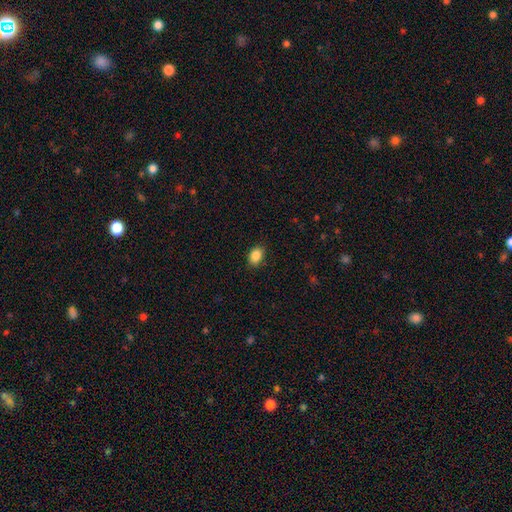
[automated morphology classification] This appears to be a smooth galaxy with no disk features (88%) that is in between round and cigar-shaped (79%). Merging: none (86%).